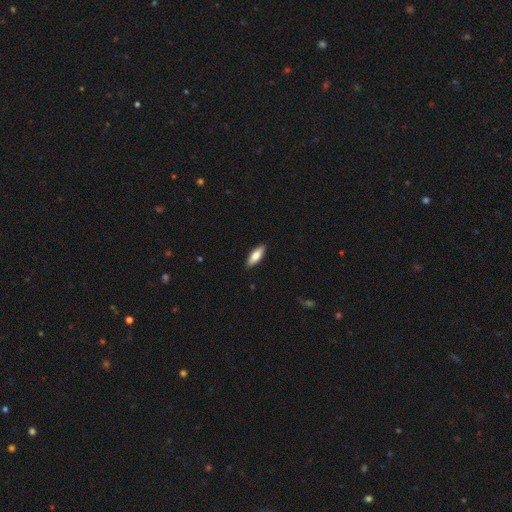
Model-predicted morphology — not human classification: Smooth or featured?
  - smooth: 79% *
  - featured or disk: 15%
  - star or artifact: 6%
How rounded?
  - in between: 64% *
  - cigar-shaped: 34%
  - round: 2%
Merging?
  - none: 90% *
  - minor disturbance: 8%
  - major disturbance: 2%
  - merger: 1%